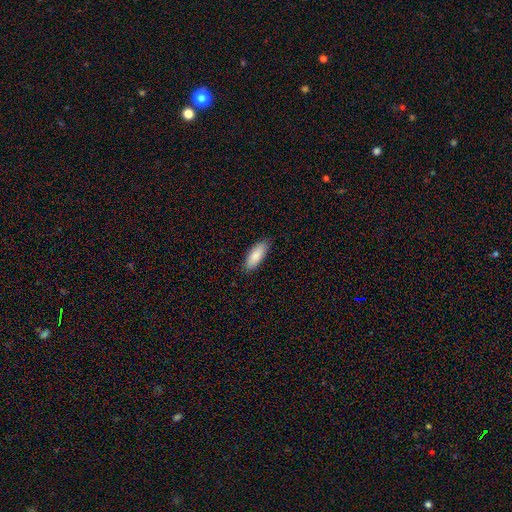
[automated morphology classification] Smooth or featured? Predicted: smooth (p=0.86). How rounded? Predicted: in between (p=0.73). Merging? Predicted: none (p=0.85).